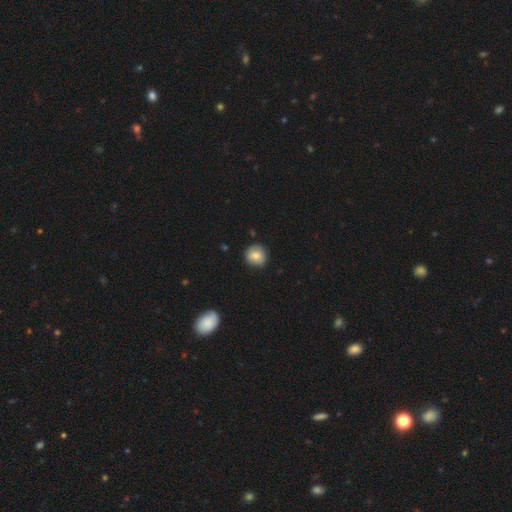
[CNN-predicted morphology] A smooth galaxy with no disk features (80%) that is round (88%).

Vote fractions:
- Smooth or featured? smooth: 80% / featured or disk: 12% / star or artifact: 8%
- How rounded? round: 88% / in between: 11% / cigar-shaped: 1%
- Merging? none: 79% / minor disturbance: 16% / major disturbance: 3% / merger: 1%